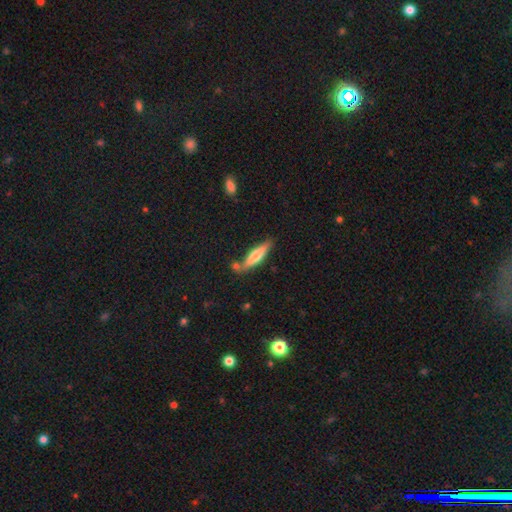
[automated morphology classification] Smooth or featured: smooth — 57% (featured or disk — 37%)
How rounded: cigar-shaped — 80% (in between — 18%)
Merging: none — 73% (minor disturbance — 14%)